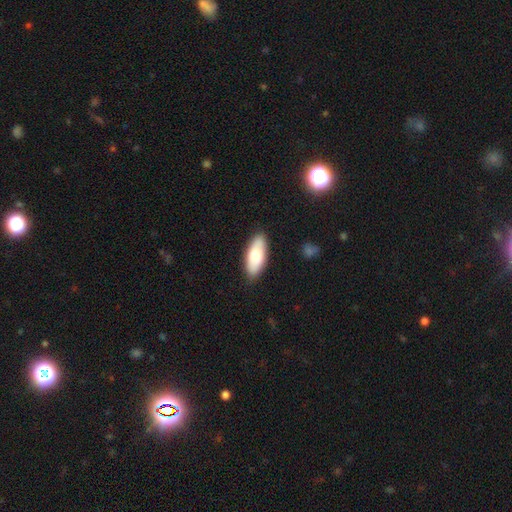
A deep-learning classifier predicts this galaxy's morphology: A smooth galaxy with no disk features (72%) that is in between round and cigar-shaped (84%). Merging: none (88%).